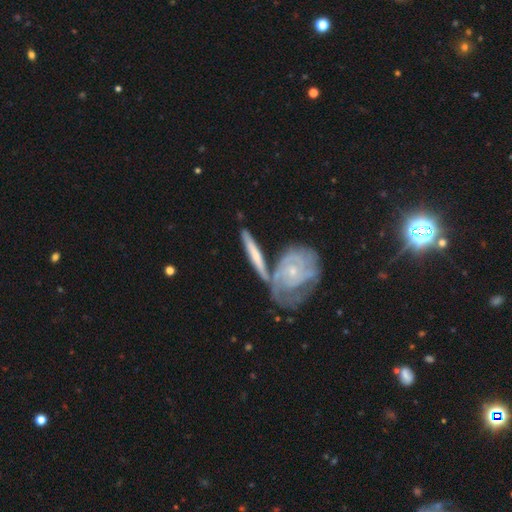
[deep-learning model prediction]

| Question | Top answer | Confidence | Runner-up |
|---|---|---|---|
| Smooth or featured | featured or disk | 67% | smooth (27%) |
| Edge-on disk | no | 57% | yes (43%) |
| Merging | none | 59% | merger (21%) |